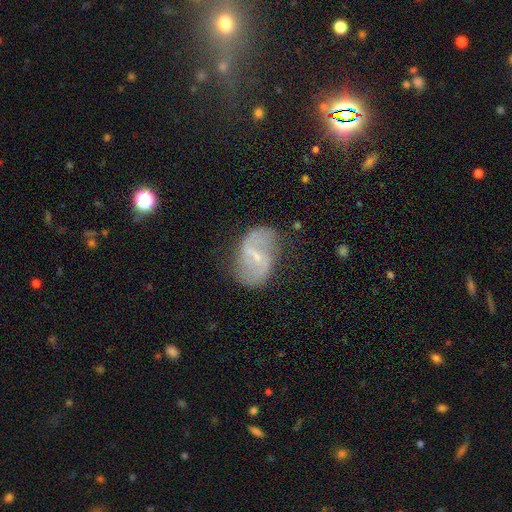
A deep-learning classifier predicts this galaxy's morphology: A featured or disk galaxy (80%) with a weak bar (48%), 2 (89%) loose (49%) spiral arms (86%) and a small central bulge (72%). Merging: none (71%).